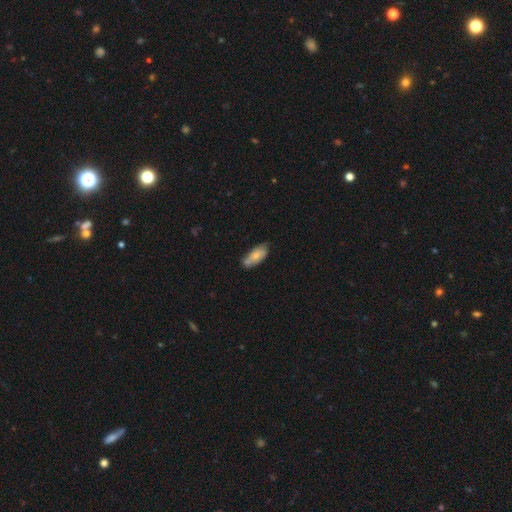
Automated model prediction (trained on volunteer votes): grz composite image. It shows a smooth galaxy with no disk features (66%) that is in between round and cigar-shaped (81%). Merging: none (56%).